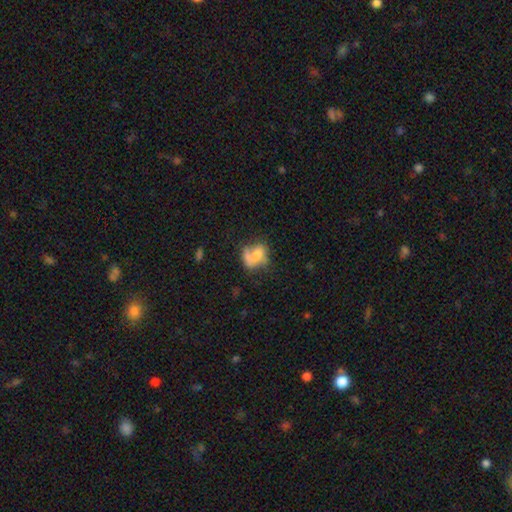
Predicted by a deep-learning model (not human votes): Q: Smooth or featured?
A: smooth (56%); runner-up: featured or disk (35%)
Q: How rounded?
A: in between (64%); runner-up: round (34%)
Q: Merging?
A: none (32%); runner-up: major disturbance (27%)